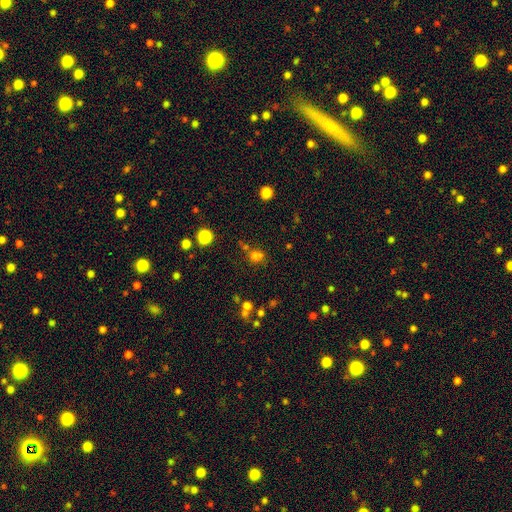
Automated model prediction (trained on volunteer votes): Smooth or featured?
  - smooth: 70% *
  - star or artifact: 22%
  - featured or disk: 8%
How rounded?
  - round: 65% *
  - in between: 33%
  - cigar-shaped: 1%
Merging?
  - none: 57% *
  - merger: 22%
  - minor disturbance: 14%
  - major disturbance: 7%